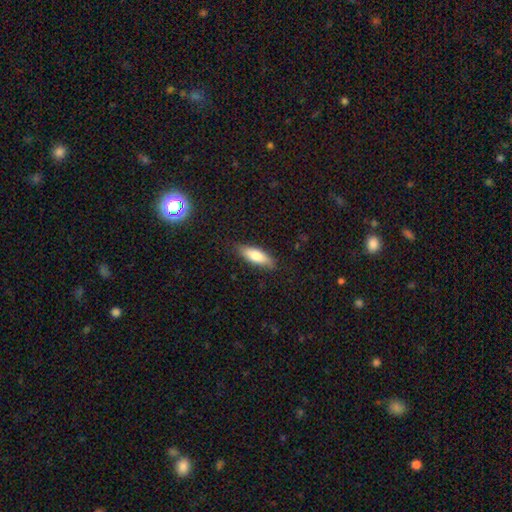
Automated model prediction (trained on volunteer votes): This is likely a smooth galaxy (75%). How rounded: possibly in between (58%). Merging: clearly none (84%).